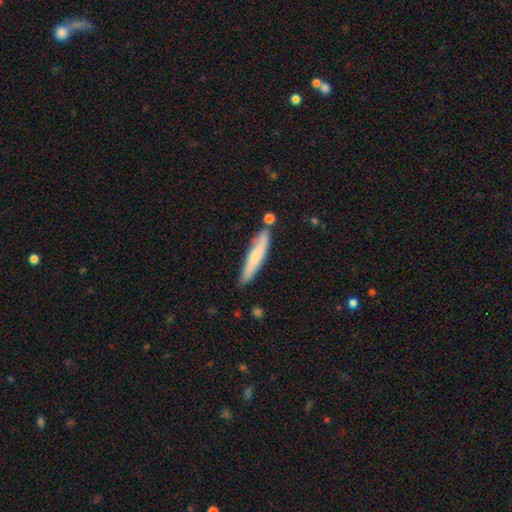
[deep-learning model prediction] Overall: smooth (66%; featured or disk 28%). How rounded: cigar-shaped (89%). Merging: none (76%).